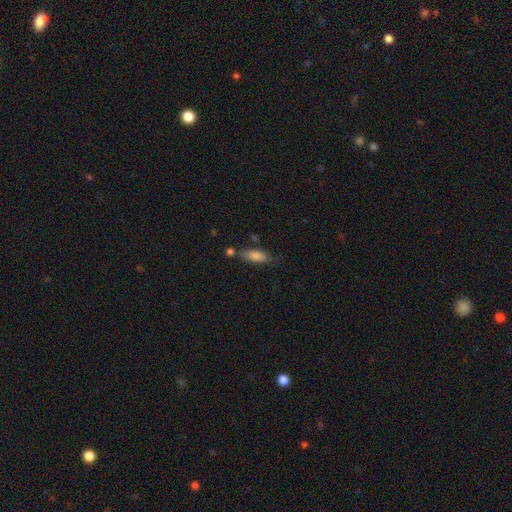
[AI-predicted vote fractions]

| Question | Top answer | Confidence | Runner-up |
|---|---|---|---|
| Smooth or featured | smooth | 79% | featured or disk (14%) |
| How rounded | in between | 67% | cigar-shaped (31%) |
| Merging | none | 62% | minor disturbance (19%) |